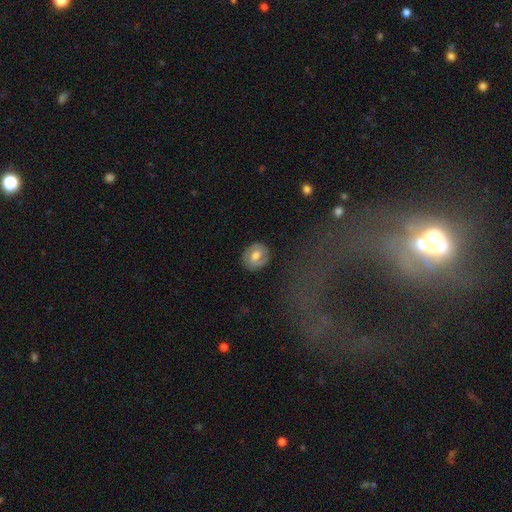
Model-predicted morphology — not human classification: Overall: smooth (51%; featured or disk 42%). How rounded: round (62%; in between 37%). Merging: none (84%).